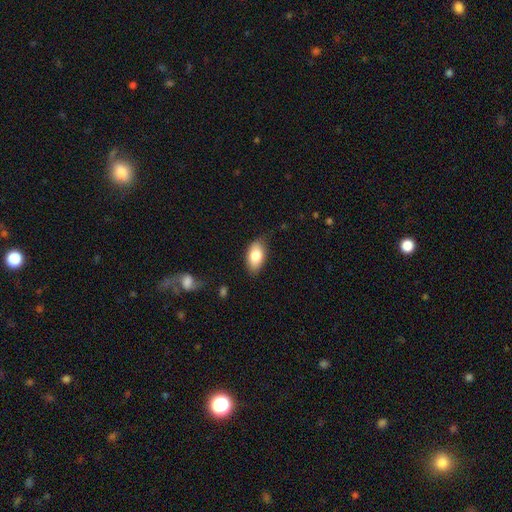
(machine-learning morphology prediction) smooth-or-featured: smooth: 81% | featured or disk: 12% | star or artifact: 7%
  how-rounded: in between: 93% | round: 5% | cigar-shaped: 3%
  merging: none: 78% | minor disturbance: 17% | major disturbance: 3% | merger: 1%